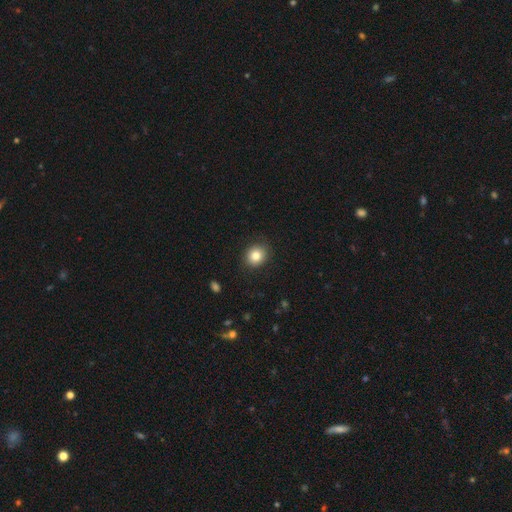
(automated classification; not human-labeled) The model was most divided on "how rounded": round: 77%, in between: 22%, cigar-shaped: 1%. More confident: merging — none (88%); smooth or featured — smooth (83%).